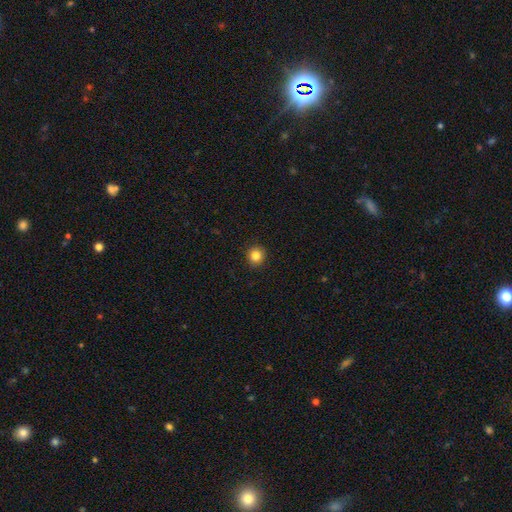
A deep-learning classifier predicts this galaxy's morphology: Smooth or featured? Predicted: smooth (p=0.84). How rounded? Predicted: round (p=0.91). Merging? Predicted: none (p=0.92).